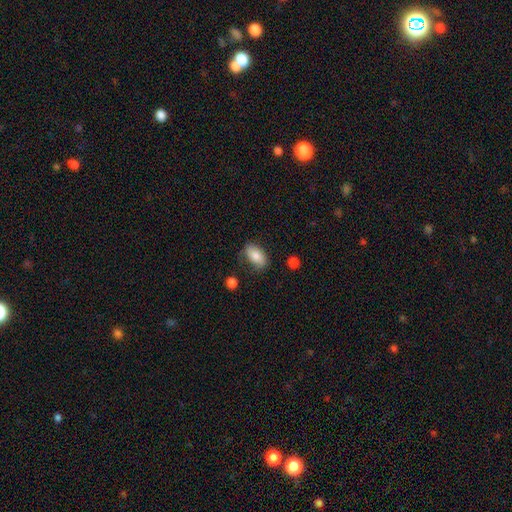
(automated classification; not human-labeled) Smooth or featured? smooth (80%)
How rounded? in between (92%)
Merging? none (69%)